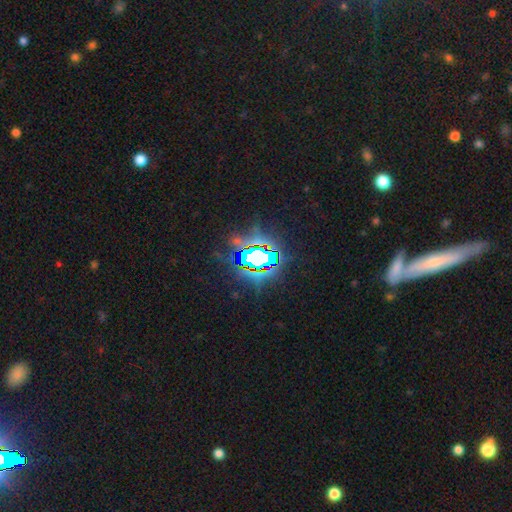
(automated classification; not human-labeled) This appears to be a star or artifact, not a galaxy (72%).